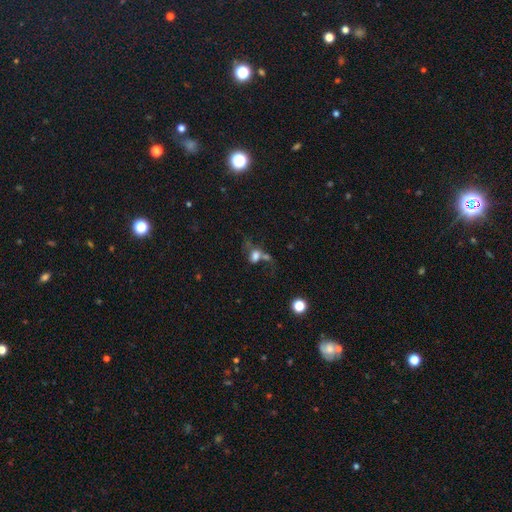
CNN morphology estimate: smooth_or_featured: smooth (p=0.63) [alt: featured or disk p=0.22]
how_rounded: in between (p=0.60) [alt: round p=0.37]
merging: merger (p=0.40) [alt: major disturbance p=0.24]